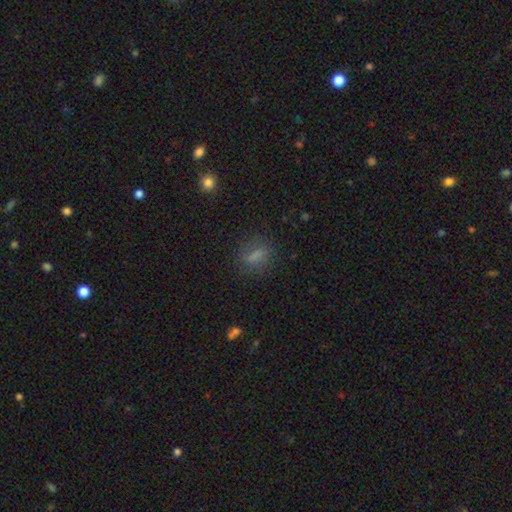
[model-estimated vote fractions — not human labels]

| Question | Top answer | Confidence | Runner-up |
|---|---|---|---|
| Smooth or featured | smooth | 72% | featured or disk (14%) |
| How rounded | in between | 57% | round (27%) |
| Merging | none | 78% | minor disturbance (14%) |